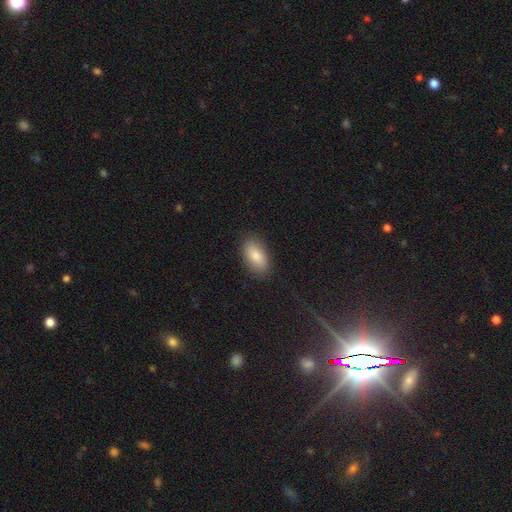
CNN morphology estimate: type=smooth (85%); roundness=in between (92%); merging=none (86%).